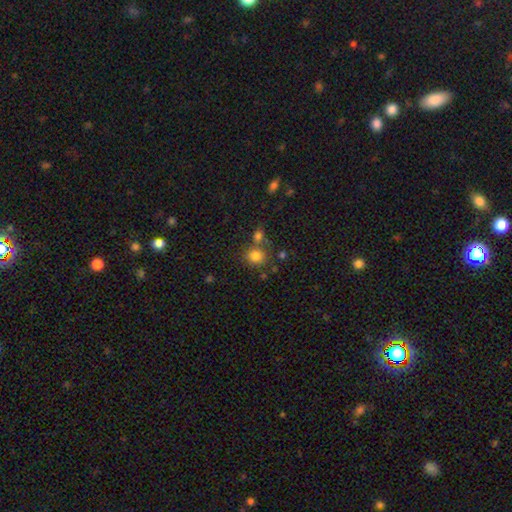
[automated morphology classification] The model was most divided on "merging": none: 64%, merger: 22%, minor disturbance: 10%, major disturbance: 4%. More confident: smooth or featured — smooth (81%); how rounded — round (78%).